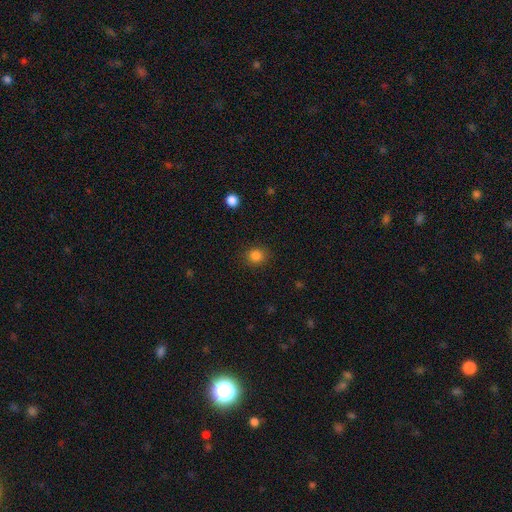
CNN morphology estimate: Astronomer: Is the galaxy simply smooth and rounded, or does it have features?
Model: smooth — 84%.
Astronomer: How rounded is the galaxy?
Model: round — 79%.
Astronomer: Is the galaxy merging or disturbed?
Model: none — 88%.